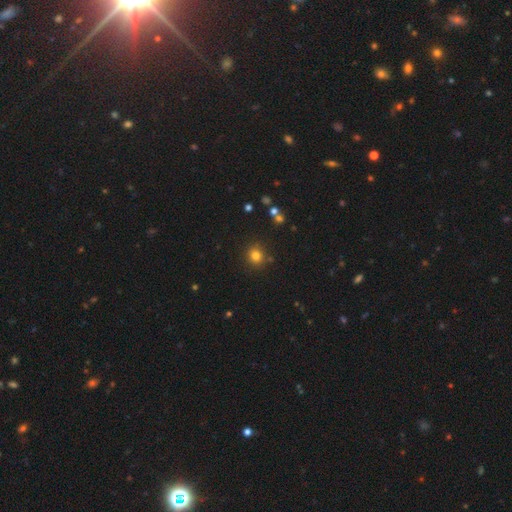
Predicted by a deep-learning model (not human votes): Smooth or featured: smooth — 79% (star or artifact — 15%)
How rounded: round — 89% (in between — 10%)
Merging: none — 86% (minor disturbance — 8%)